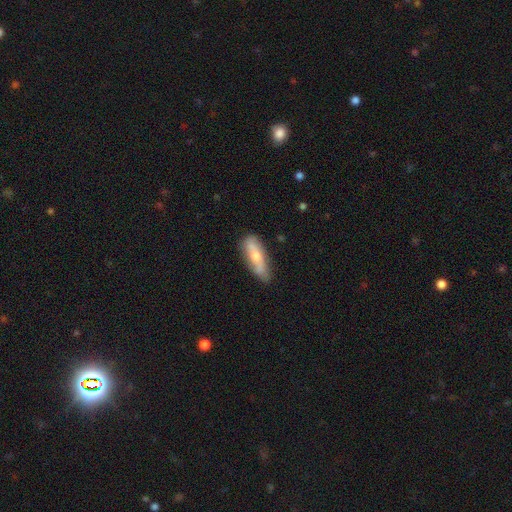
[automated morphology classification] Smooth or featured?
  - smooth: 57% *
  - featured or disk: 38%
  - star or artifact: 6%
How rounded?
  - in between: 50% *
  - cigar-shaped: 47%
  - round: 2%
Merging?
  - none: 71% *
  - minor disturbance: 22%
  - major disturbance: 4%
  - merger: 3%